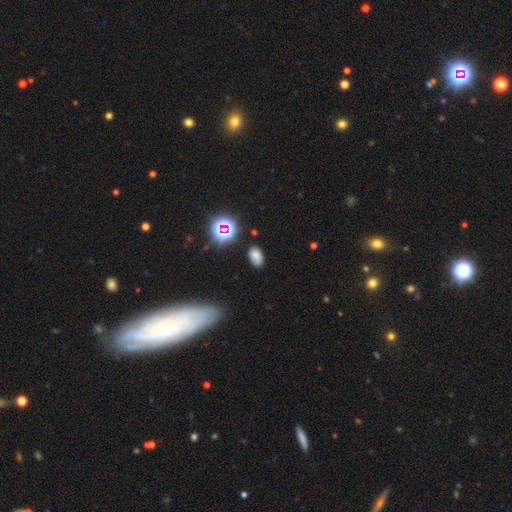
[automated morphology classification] This appears to be a smooth galaxy with no disk features (73%) that is in between round and cigar-shaped (88%). Merging: none (79%).